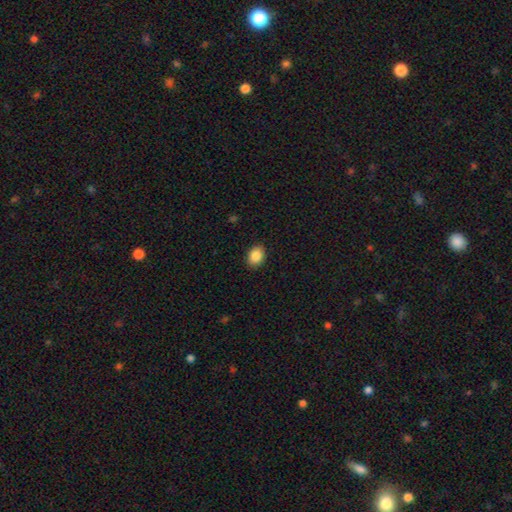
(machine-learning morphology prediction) Smooth or featured?
  - smooth: 87% *
  - star or artifact: 8%
  - featured or disk: 5%
How rounded?
  - in between: 66% *
  - round: 33%
  - cigar-shaped: 1%
Merging?
  - none: 89% *
  - minor disturbance: 8%
  - major disturbance: 2%
  - merger: 1%